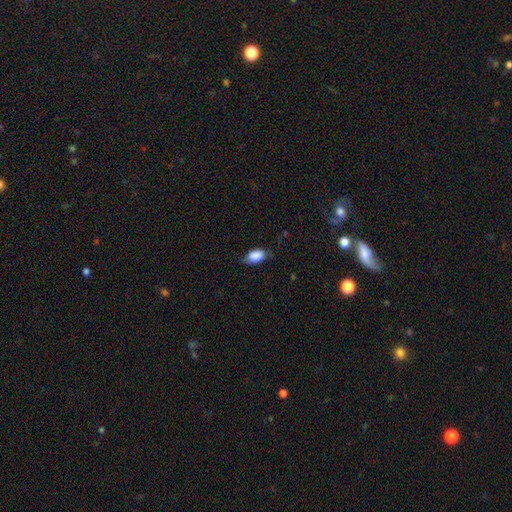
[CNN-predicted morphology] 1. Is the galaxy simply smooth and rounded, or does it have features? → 84% smooth, 9% featured or disk, 7% star or artifact.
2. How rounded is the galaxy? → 90% in between, 7% round, 3% cigar-shaped.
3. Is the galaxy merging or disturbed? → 66% none, 26% minor disturbance, 7% major disturbance, 1% merger.